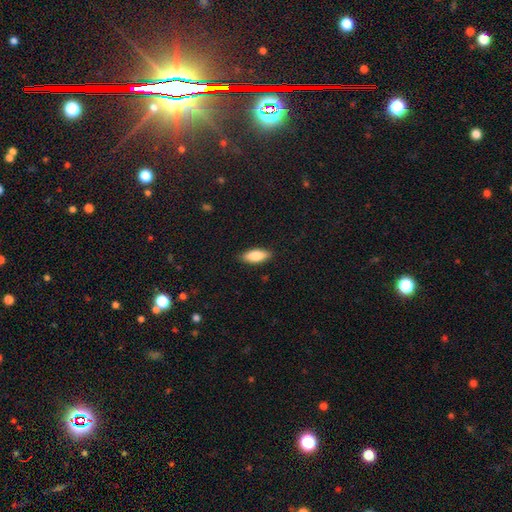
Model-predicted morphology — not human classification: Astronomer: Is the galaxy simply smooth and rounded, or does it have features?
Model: smooth — 85%.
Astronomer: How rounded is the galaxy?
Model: in between — 78%.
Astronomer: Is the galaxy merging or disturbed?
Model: none — 87%.